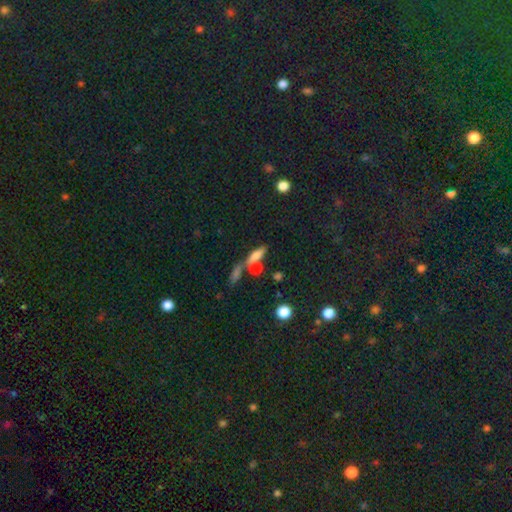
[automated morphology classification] type=smooth (65%); roundness=in between (48%); merging=none (44%).